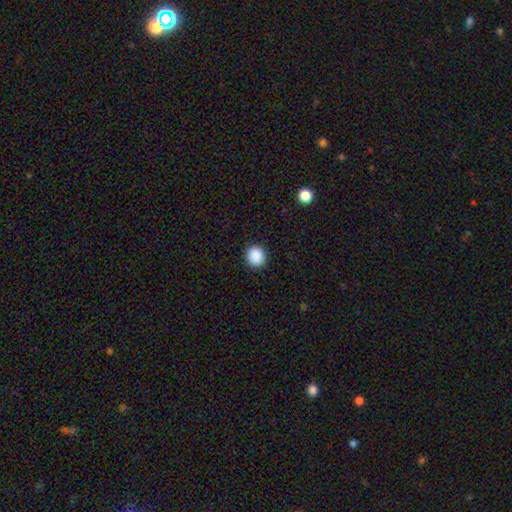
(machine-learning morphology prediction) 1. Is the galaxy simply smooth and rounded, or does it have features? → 89% smooth, 9% star or artifact, 2% featured or disk.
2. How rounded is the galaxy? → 87% round, 13% in between, 1% cigar-shaped.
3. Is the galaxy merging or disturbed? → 92% none, 5% minor disturbance, 2% major disturbance, 1% merger.